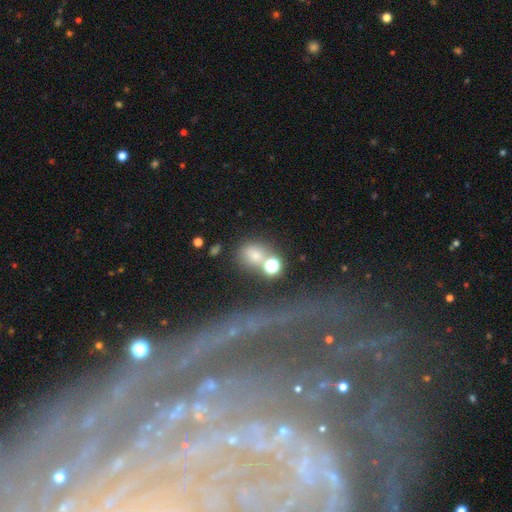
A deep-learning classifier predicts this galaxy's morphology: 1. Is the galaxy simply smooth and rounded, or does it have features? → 64% smooth, 25% star or artifact, 11% featured or disk.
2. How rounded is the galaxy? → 65% round, 32% in between, 3% cigar-shaped.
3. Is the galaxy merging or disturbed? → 54% none, 25% merger, 13% minor disturbance, 9% major disturbance.